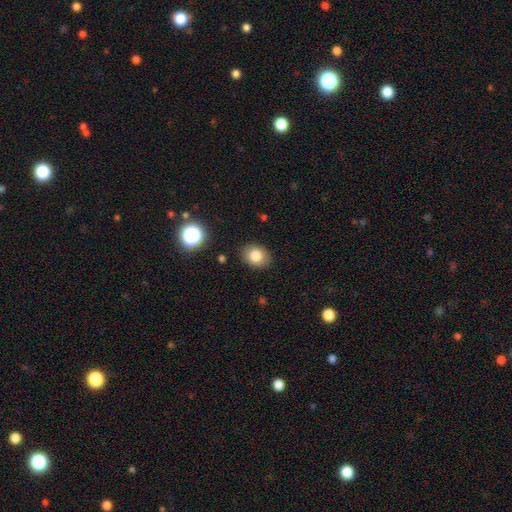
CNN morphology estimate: Smooth or featured? Predicted: smooth (p=0.81). How rounded? Predicted: in between (p=0.54). Merging? Predicted: none (p=0.87).